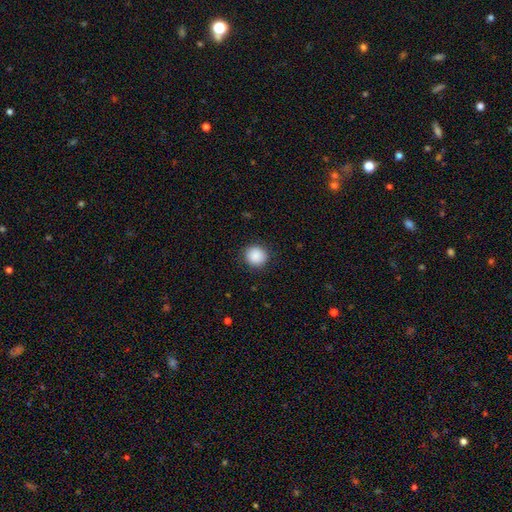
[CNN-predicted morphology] type=smooth (89%); roundness=round (90%); merging=none (90%).